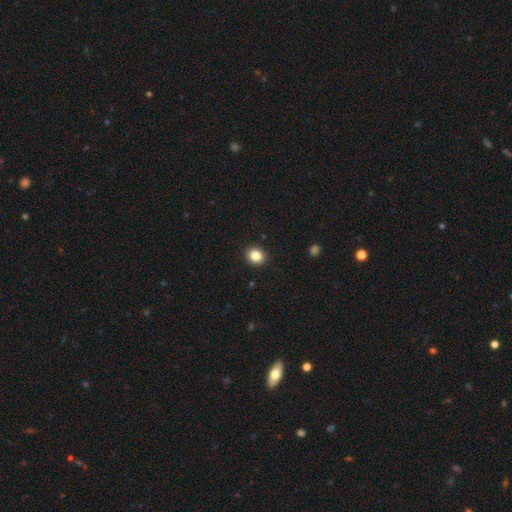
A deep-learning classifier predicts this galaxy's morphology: A smooth galaxy with no disk features (85%) that is round (76%).

Vote fractions:
- Smooth or featured? smooth: 85% / star or artifact: 11% / featured or disk: 5%
- How rounded? round: 76% / in between: 24% / cigar-shaped: 1%
- Merging? none: 92% / minor disturbance: 5% / major disturbance: 2% / merger: 1%